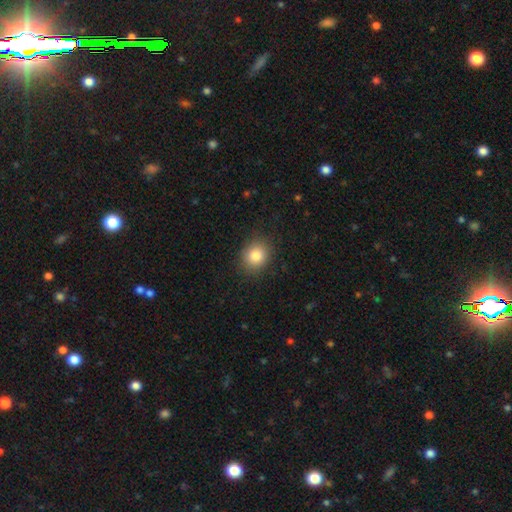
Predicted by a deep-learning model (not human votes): Smooth or featured?
  - smooth: 83% *
  - star or artifact: 10%
  - featured or disk: 7%
How rounded?
  - round: 69% *
  - in between: 30%
  - cigar-shaped: 1%
Merging?
  - none: 87% *
  - minor disturbance: 9%
  - major disturbance: 3%
  - merger: 1%